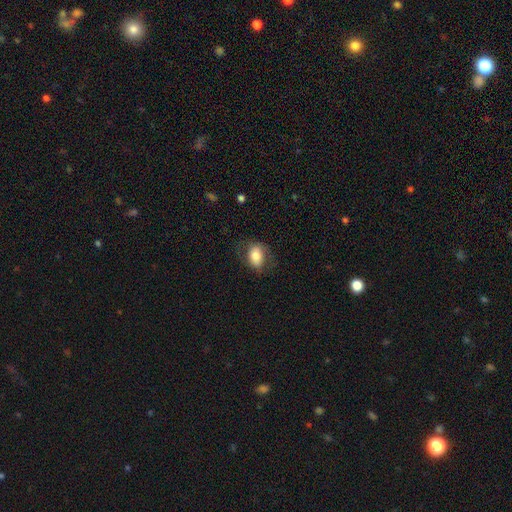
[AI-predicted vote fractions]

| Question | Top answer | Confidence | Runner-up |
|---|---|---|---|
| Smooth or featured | smooth | 74% | featured or disk (18%) |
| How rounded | in between | 79% | round (20%) |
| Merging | none | 69% | minor disturbance (19%) |